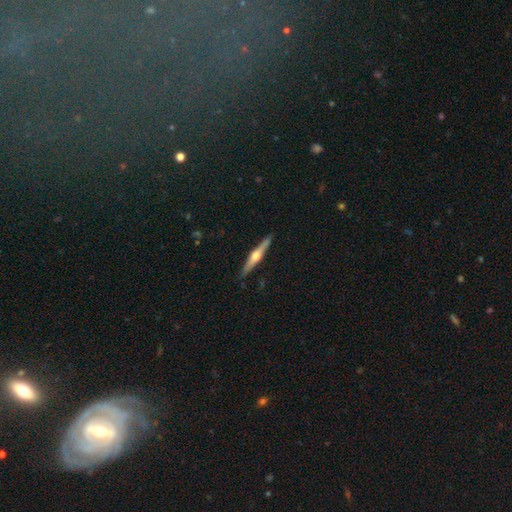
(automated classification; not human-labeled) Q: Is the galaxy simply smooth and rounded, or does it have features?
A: featured or disk — 69%.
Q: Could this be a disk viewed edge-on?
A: yes — 98%.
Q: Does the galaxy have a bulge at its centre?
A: rounded — 92%.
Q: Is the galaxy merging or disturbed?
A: none — 89%.